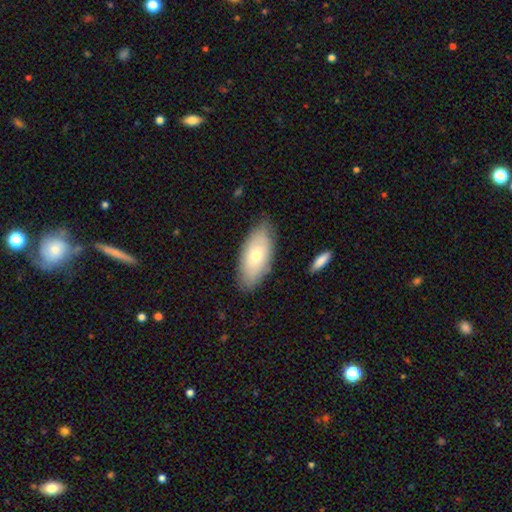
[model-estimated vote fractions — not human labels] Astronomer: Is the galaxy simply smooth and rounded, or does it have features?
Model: smooth — 67%.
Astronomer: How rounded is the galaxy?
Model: in between — 89%.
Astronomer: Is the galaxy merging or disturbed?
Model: none — 82%.